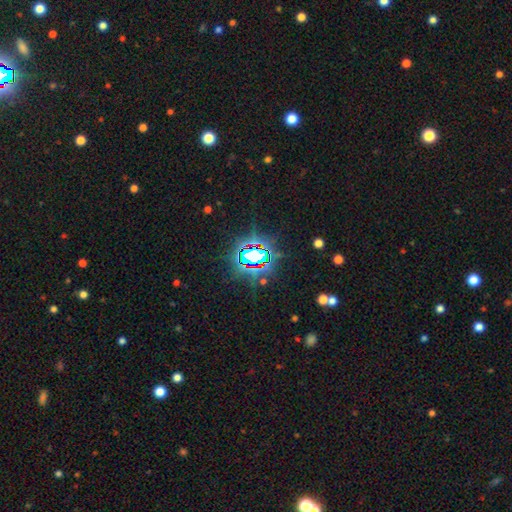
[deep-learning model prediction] star or artifact 78%, smooth 11%, featured or disk 11%.